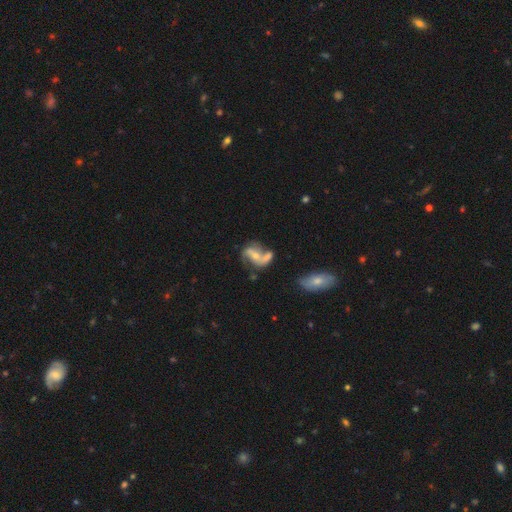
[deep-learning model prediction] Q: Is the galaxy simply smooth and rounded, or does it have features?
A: featured or disk — 75%.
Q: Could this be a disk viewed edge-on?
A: no — 96%.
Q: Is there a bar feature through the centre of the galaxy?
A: no — 41%.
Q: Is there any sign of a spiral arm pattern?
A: yes — 87%.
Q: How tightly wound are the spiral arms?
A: loose — 58%.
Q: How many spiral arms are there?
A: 2 — 86%.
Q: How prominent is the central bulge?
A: small — 47%.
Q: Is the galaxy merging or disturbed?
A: none — 39%.